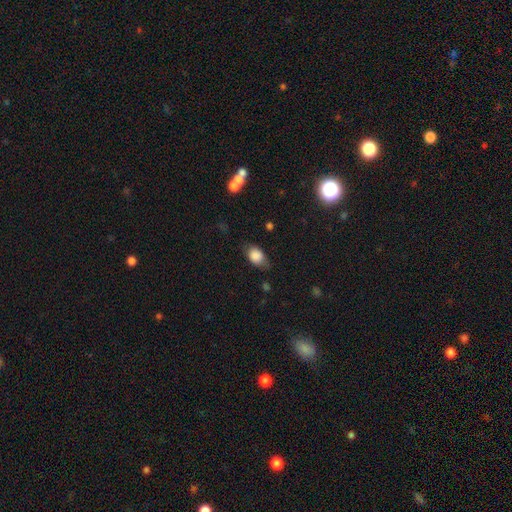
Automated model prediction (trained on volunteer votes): A smooth galaxy with no disk features (82%) that is in between round and cigar-shaped (80%).

Vote fractions:
- Smooth or featured? smooth: 82% / featured or disk: 10% / star or artifact: 8%
- How rounded? in between: 80% / round: 18% / cigar-shaped: 2%
- Merging? none: 68% / minor disturbance: 24% / major disturbance: 7% / merger: 2%